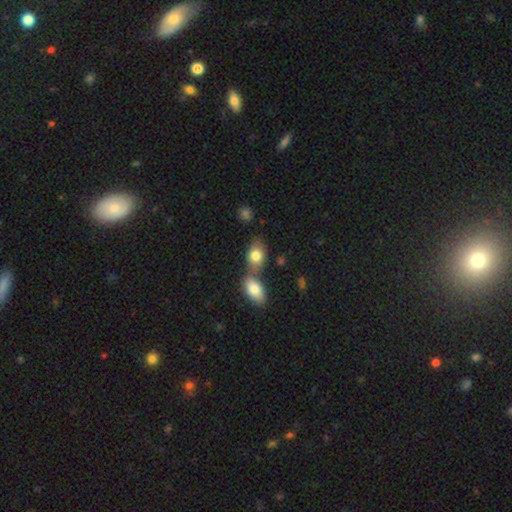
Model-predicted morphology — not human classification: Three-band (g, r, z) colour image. It shows a smooth galaxy with no disk features (81%) that is in between round and cigar-shaped (85%). Merging: merger (46%).